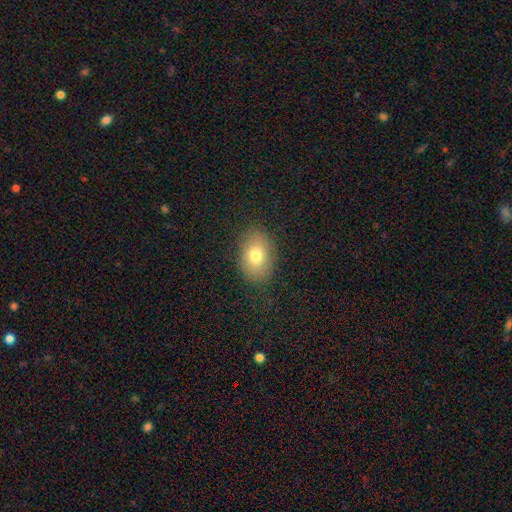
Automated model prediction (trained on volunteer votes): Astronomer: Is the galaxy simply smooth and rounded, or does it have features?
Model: smooth — 77%.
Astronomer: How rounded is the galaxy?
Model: in between — 82%.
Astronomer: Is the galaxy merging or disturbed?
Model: none — 86%.